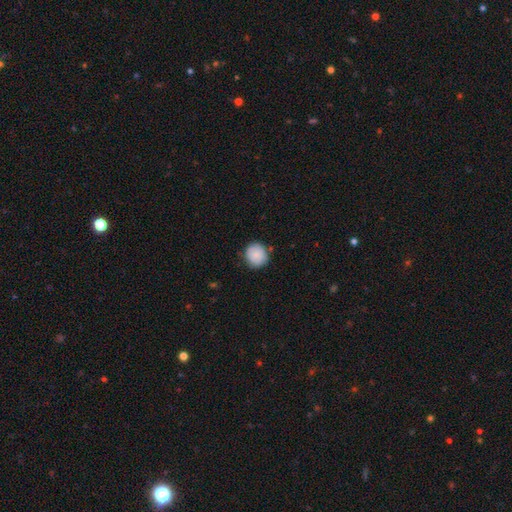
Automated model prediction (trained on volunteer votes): Smooth or featured: smooth — 85% (featured or disk — 8%)
How rounded: round — 87% (in between — 12%)
Merging: none — 83% (minor disturbance — 13%)